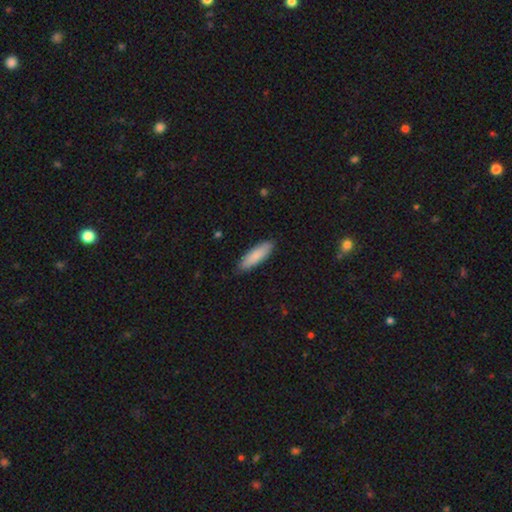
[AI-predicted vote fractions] The model was most divided on "how rounded": cigar-shaped: 56%, in between: 43%, round: 1%. More confident: merging — none (87%); smooth or featured — smooth (87%).